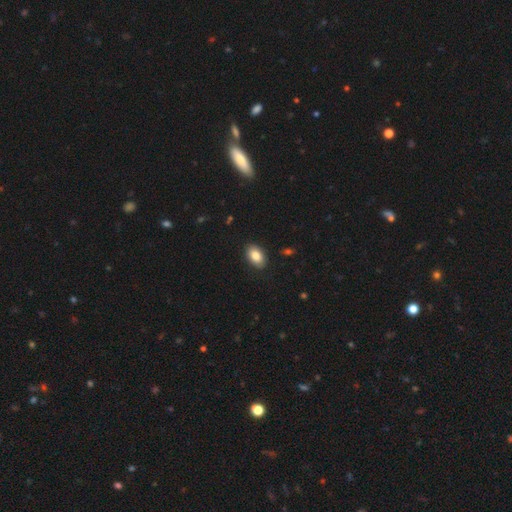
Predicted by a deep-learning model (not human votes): This appears to be a smooth galaxy with no disk features (84%) that is in between round and cigar-shaped (89%). Merging: none (89%).